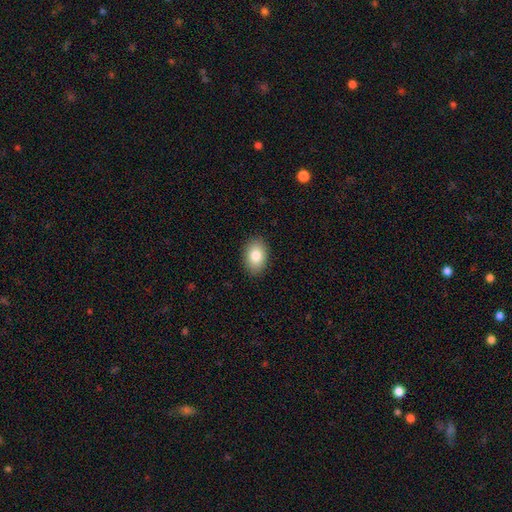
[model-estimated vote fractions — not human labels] This appears to be a smooth galaxy with no disk features (83%) that is in between round and cigar-shaped (82%). Merging: none (89%).